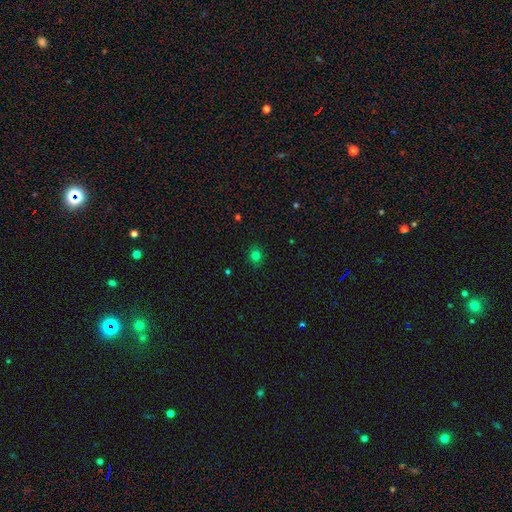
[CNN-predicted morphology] A smooth galaxy with no disk features (76%) that is round (74%). Merging: none (88%).